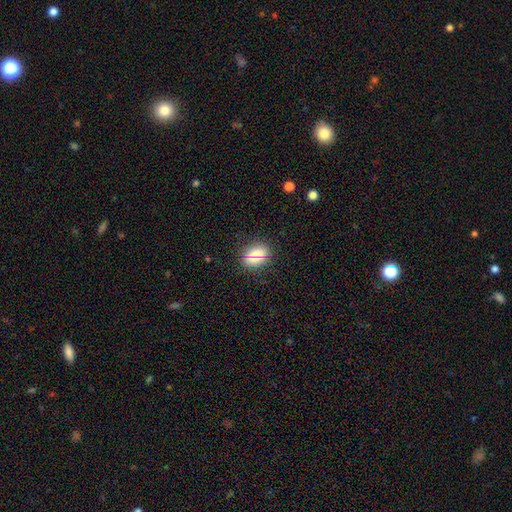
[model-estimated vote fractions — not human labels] Smooth or featured? Predicted: smooth (p=0.77). How rounded? Predicted: in between (p=0.64). Merging? Predicted: none (p=0.84).